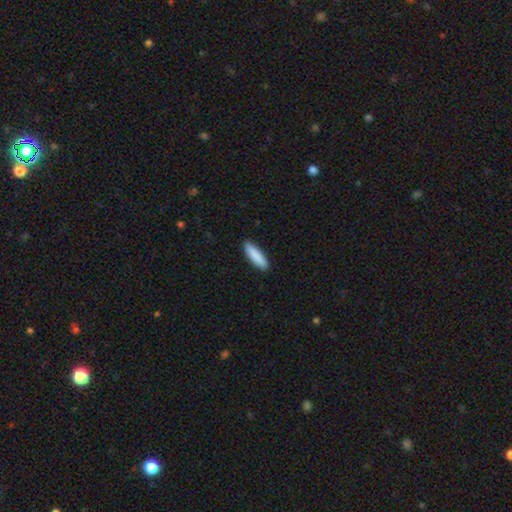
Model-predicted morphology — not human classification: Q: Smooth or featured?
A: smooth (89%); runner-up: featured or disk (6%)
Q: How rounded?
A: cigar-shaped (67%); runner-up: in between (32%)
Q: Merging?
A: none (90%); runner-up: minor disturbance (7%)